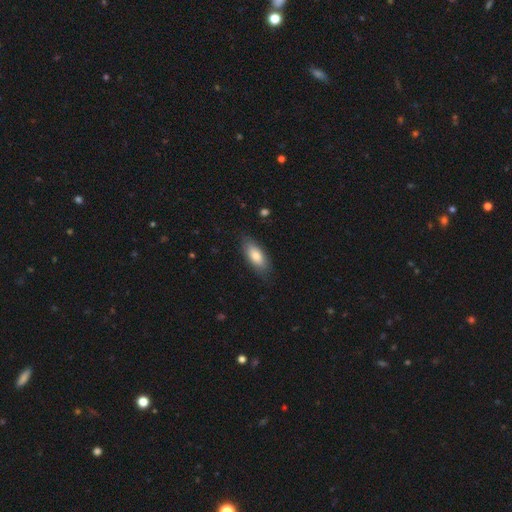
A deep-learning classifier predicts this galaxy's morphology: smooth-or-featured: smooth: 77% | featured or disk: 17% | star or artifact: 6%
  how-rounded: in between: 79% | cigar-shaped: 19% | round: 2%
  merging: none: 80% | minor disturbance: 16% | major disturbance: 3% | merger: 1%